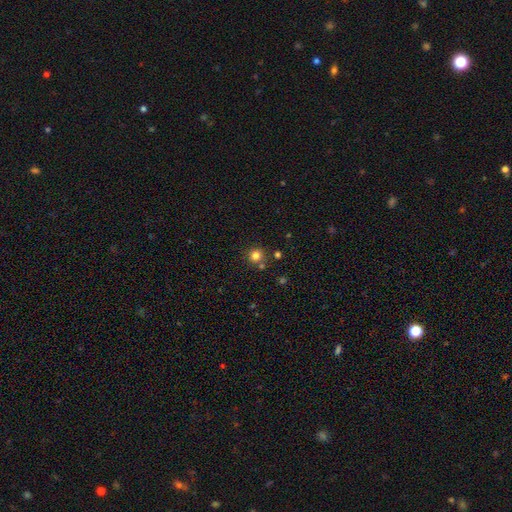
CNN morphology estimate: This is likely a smooth galaxy (80%). How rounded: clearly round (93%). Merging: likely none (78%).